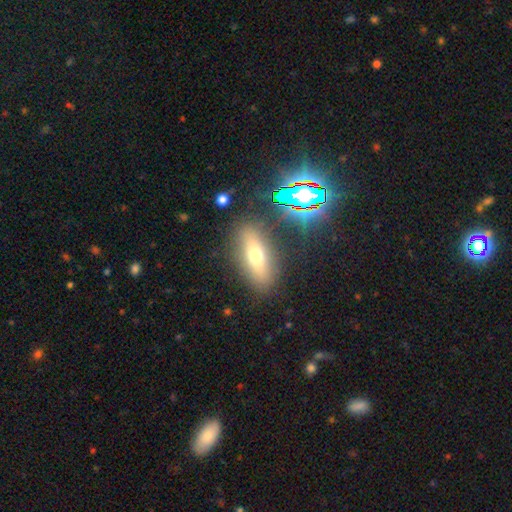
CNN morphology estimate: smooth_or_featured: smooth (p=0.51) [alt: featured or disk p=0.30]
how_rounded: in between (p=0.56) [alt: cigar-shaped p=0.39]
merging: none (p=0.84) [alt: minor disturbance p=0.10]